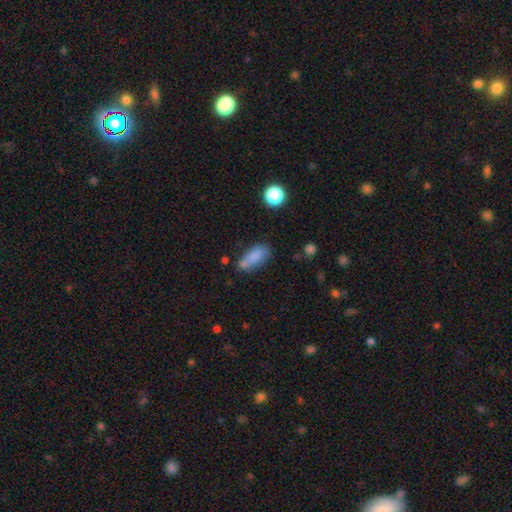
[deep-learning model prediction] A smooth galaxy with no disk features (78%) that is in between round and cigar-shaped (77%).

Vote fractions:
- Smooth or featured? smooth: 78% / featured or disk: 12% / star or artifact: 10%
- How rounded? in between: 77% / cigar-shaped: 19% / round: 4%
- Merging? none: 51% / minor disturbance: 22% / merger: 18% / major disturbance: 9%